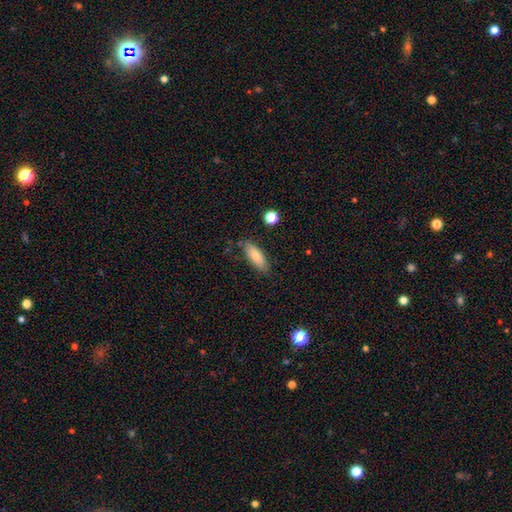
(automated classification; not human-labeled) A smooth galaxy with no disk features (78%) that is in between round and cigar-shaped (70%). Merging: none (79%).